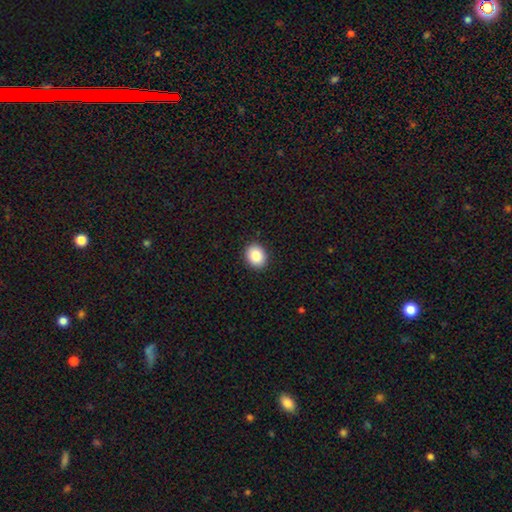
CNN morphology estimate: smooth-or-featured: smooth: 87% | star or artifact: 8% | featured or disk: 5%
  how-rounded: round: 54% | in between: 45% | cigar-shaped: 1%
  merging: none: 91% | minor disturbance: 6% | major disturbance: 2% | merger: 1%